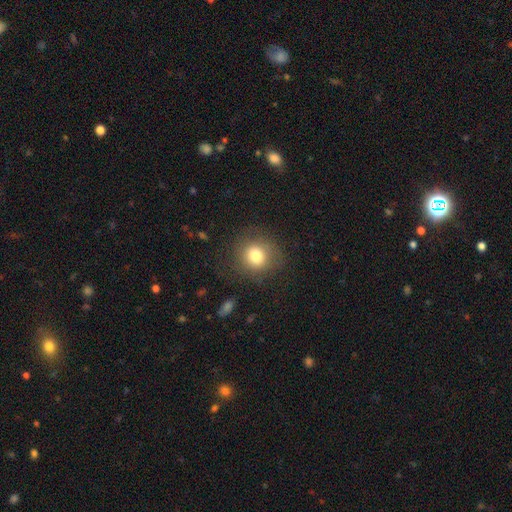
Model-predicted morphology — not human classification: The model was most divided on "merging": none: 78%, minor disturbance: 14%, major disturbance: 7%, merger: 1%. More confident: how rounded — round (84%); smooth or featured — smooth (78%).